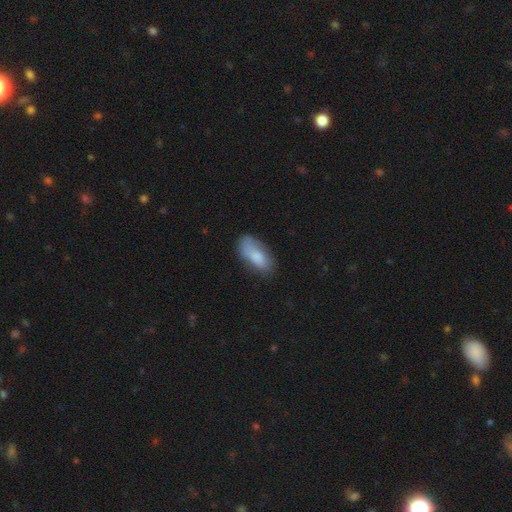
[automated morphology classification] Smooth or featured? smooth (77%)
How rounded? in between (89%)
Merging? none (55%)